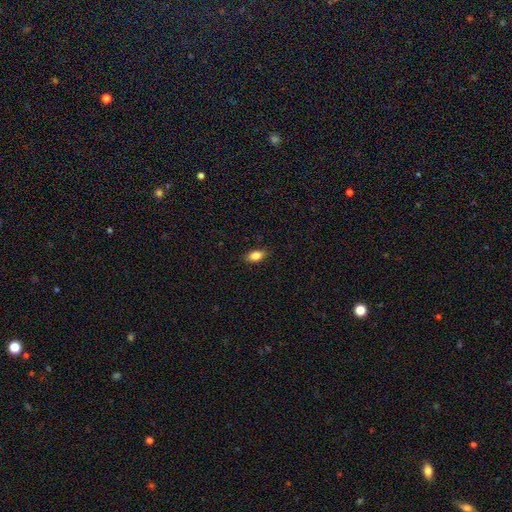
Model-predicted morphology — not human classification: type=smooth (85%); roundness=in between (87%); merging=none (87%).